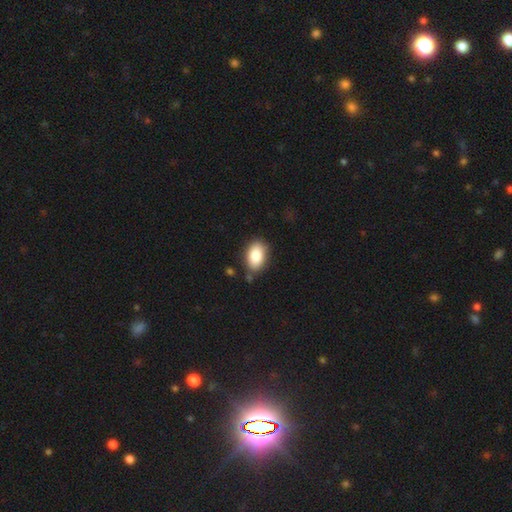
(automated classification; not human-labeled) smooth-or-featured: smooth: 87% | star or artifact: 7% | featured or disk: 6%
  how-rounded: in between: 91% | round: 8% | cigar-shaped: 1%
  merging: none: 77% | minor disturbance: 15% | merger: 4% | major disturbance: 4%